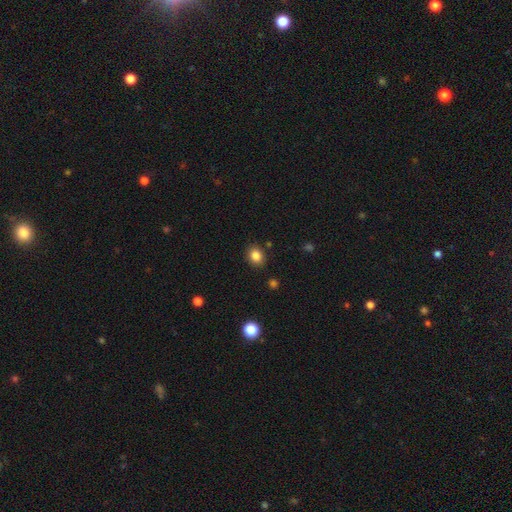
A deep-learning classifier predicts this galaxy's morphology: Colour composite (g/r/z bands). It shows a smooth galaxy with no disk features (84%) that is round (59%). Merging: none (87%).